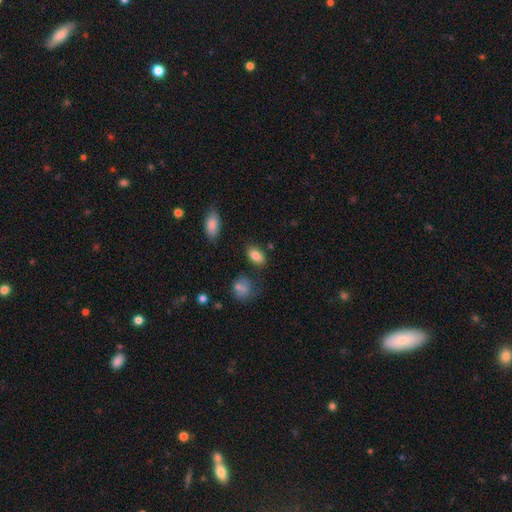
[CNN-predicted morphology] A smooth galaxy with no disk features (84%) that is in between round and cigar-shaped (91%). Merging: none (77%).